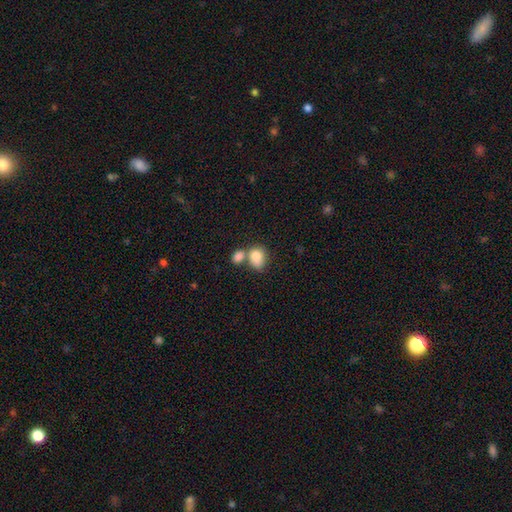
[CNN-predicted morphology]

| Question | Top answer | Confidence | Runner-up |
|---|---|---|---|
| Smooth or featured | smooth | 83% | featured or disk (9%) |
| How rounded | in between | 62% | round (37%) |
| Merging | merger | 51% | none (32%) |